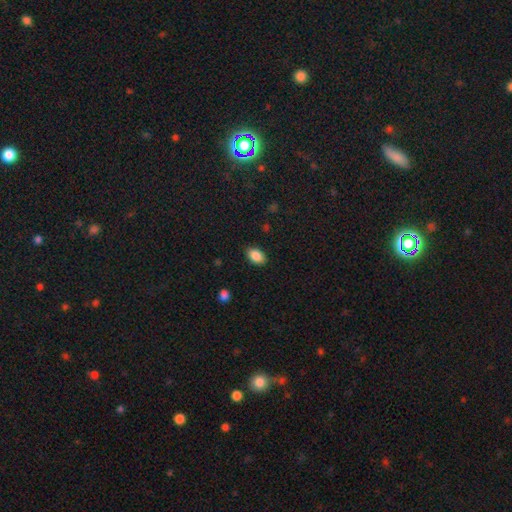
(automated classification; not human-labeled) The model was most divided on "merging": none: 87%, minor disturbance: 9%, major disturbance: 2%, merger: 1%. More confident: how rounded — in between (88%); smooth or featured — smooth (88%).